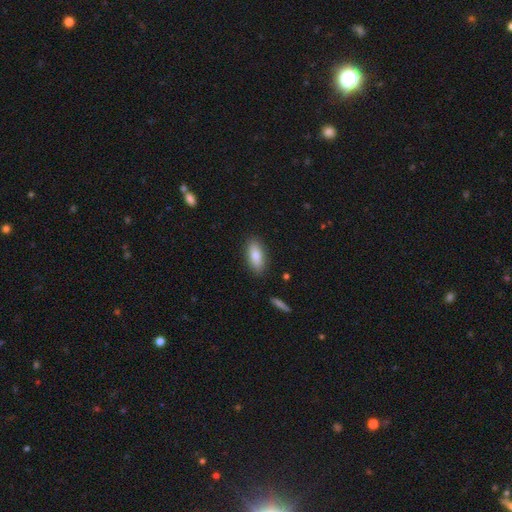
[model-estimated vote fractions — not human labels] Smooth or featured? smooth (83%)
How rounded? in between (83%)
Merging? none (86%)